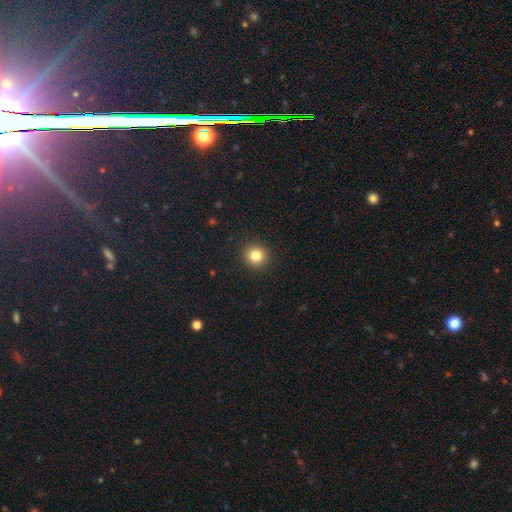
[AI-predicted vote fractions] This appears to be a smooth galaxy with no disk features (82%) that is round (93%). Merging: none (92%).